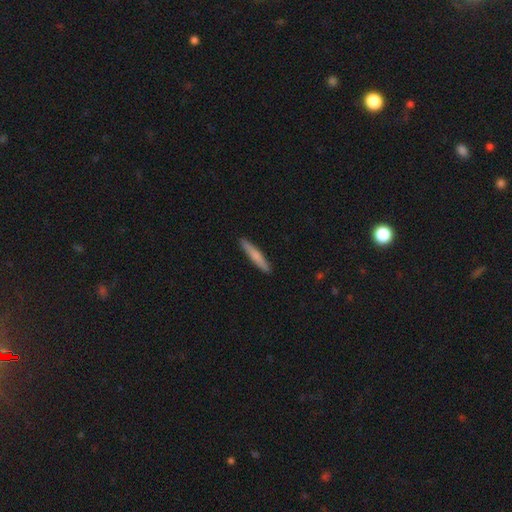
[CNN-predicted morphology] Smooth or featured?
  - smooth: 73% *
  - featured or disk: 22%
  - star or artifact: 5%
How rounded?
  - cigar-shaped: 94% *
  - in between: 5%
  - round: 1%
Merging?
  - none: 91% *
  - minor disturbance: 7%
  - major disturbance: 1%
  - merger: 1%